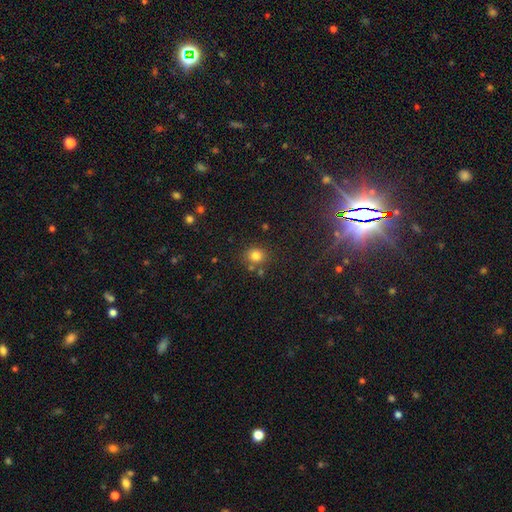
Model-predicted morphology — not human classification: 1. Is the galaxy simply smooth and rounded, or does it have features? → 80% smooth, 14% star or artifact, 7% featured or disk.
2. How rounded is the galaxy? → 78% round, 21% in between, 1% cigar-shaped.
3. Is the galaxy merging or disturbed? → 74% none, 11% minor disturbance, 11% merger, 3% major disturbance.